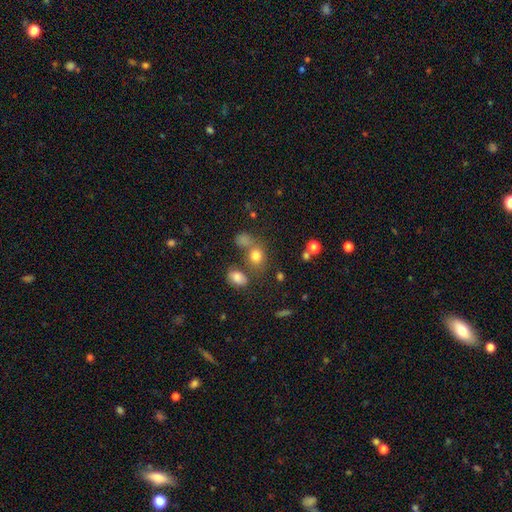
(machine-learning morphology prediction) smooth_or_featured: smooth (p=0.77) [alt: star or artifact p=0.15]
how_rounded: round (p=0.60) [alt: in between p=0.38]
merging: none (p=0.55) [alt: merger p=0.25]